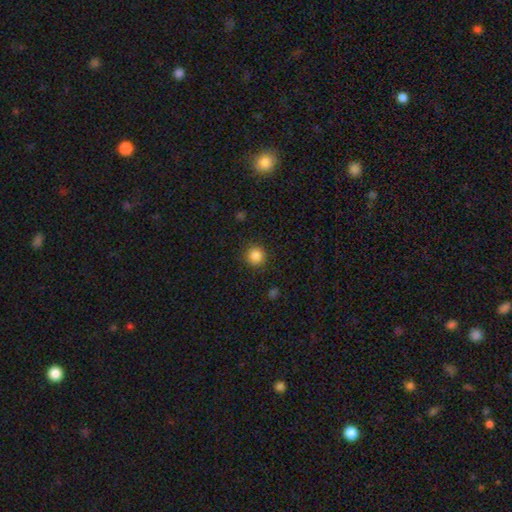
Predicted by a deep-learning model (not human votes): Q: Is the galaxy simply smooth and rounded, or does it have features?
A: smooth — 86%.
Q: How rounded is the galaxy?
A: round — 94%.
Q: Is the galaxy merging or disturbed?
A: none — 89%.